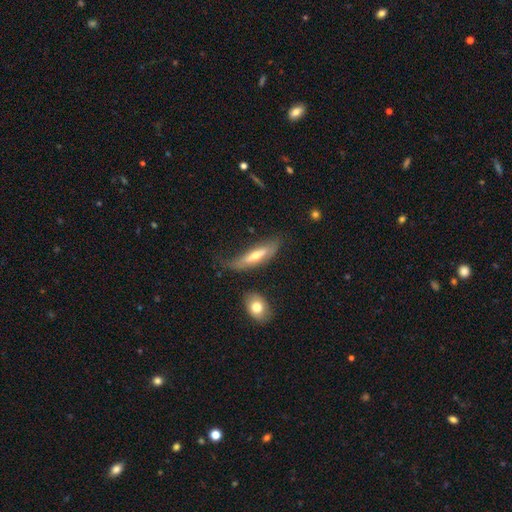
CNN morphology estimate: A featured or disk galaxy (47%). Merging: none (53%).